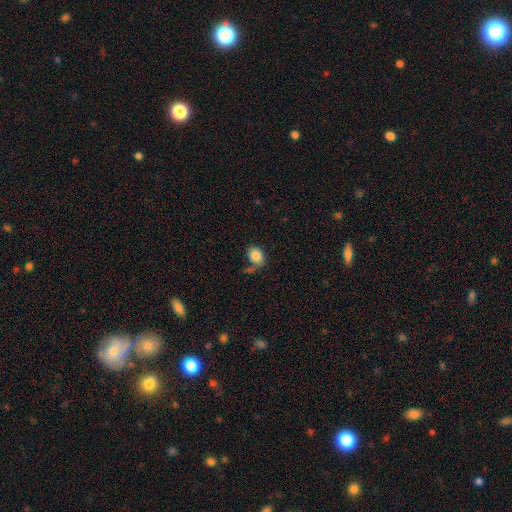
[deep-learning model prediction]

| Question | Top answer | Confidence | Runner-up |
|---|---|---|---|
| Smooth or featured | smooth | 83% | star or artifact (9%) |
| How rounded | in between | 64% | round (35%) |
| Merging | none | 55% | minor disturbance (21%) |